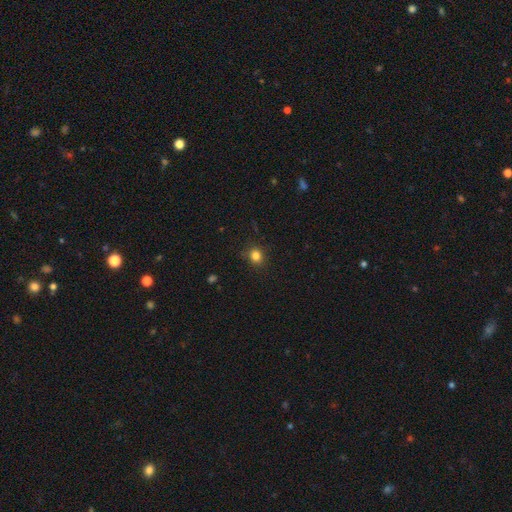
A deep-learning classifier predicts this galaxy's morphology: Smooth or featured? smooth (82%)
How rounded? round (79%)
Merging? none (87%)